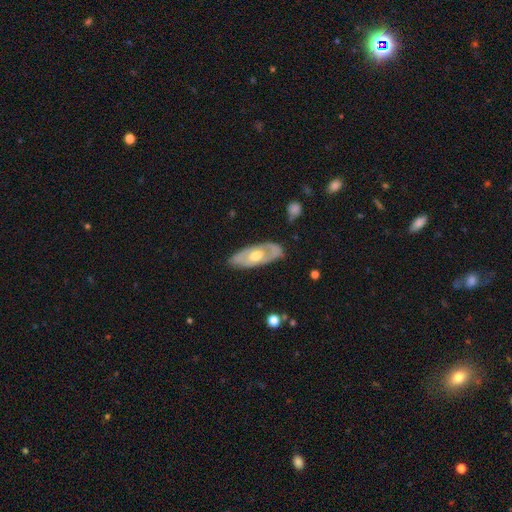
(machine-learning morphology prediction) Overall: featured or disk (63%; smooth 32%). Edge-on disk: no (79%). Merging: none (81%).